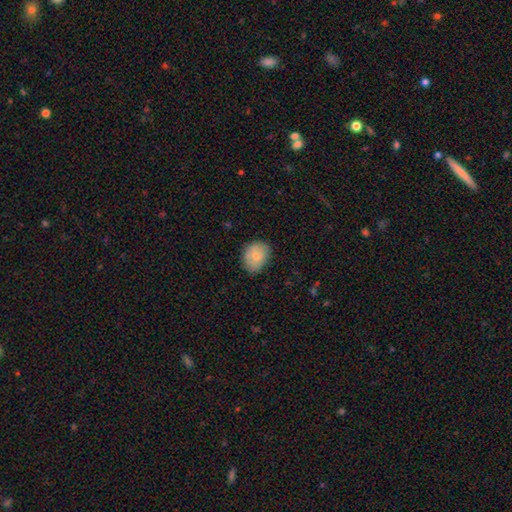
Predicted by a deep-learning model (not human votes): smooth_or_featured: smooth (p=0.81) [alt: featured or disk p=0.12]
how_rounded: in between (p=0.56) [alt: round p=0.43]
merging: none (p=0.78) [alt: minor disturbance p=0.18]